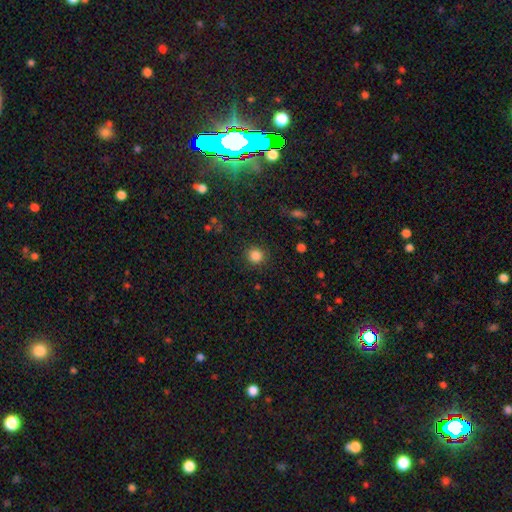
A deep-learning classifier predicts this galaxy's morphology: Q: Smooth or featured?
A: smooth (85%); runner-up: star or artifact (11%)
Q: How rounded?
A: round (92%); runner-up: in between (7%)
Q: Merging?
A: none (89%); runner-up: minor disturbance (7%)